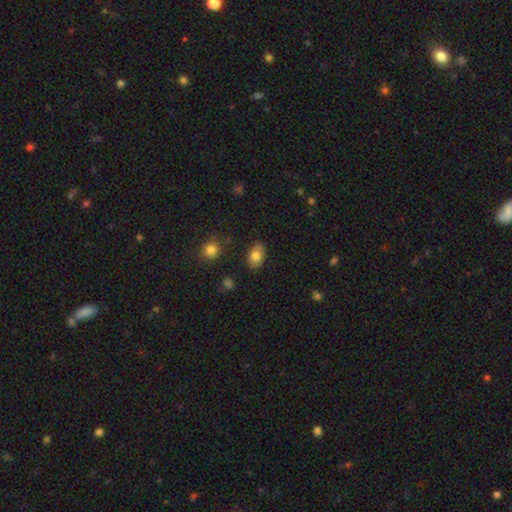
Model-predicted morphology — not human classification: Overall: smooth (79%). How rounded: in between (86%). Merging: none (81%).